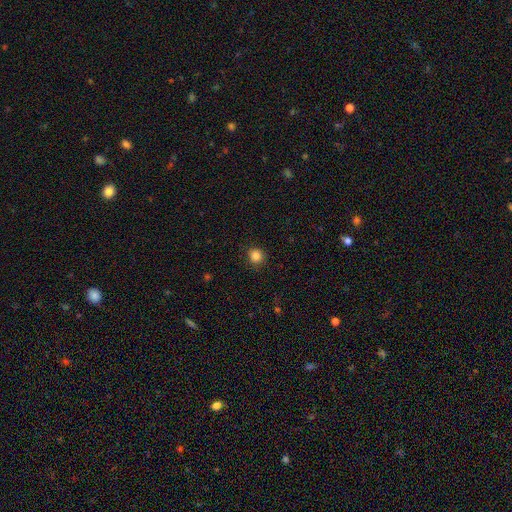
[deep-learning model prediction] smooth 85%, star or artifact 11%, featured or disk 4%. Down the decision tree: how rounded — round (91%); merging — none (90%).